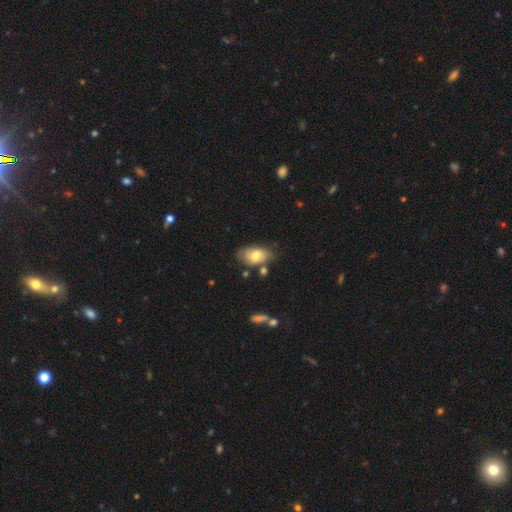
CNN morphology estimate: Q: Smooth or featured?
A: smooth (68%); runner-up: featured or disk (25%)
Q: How rounded?
A: in between (92%); runner-up: round (6%)
Q: Merging?
A: none (61%); runner-up: minor disturbance (26%)